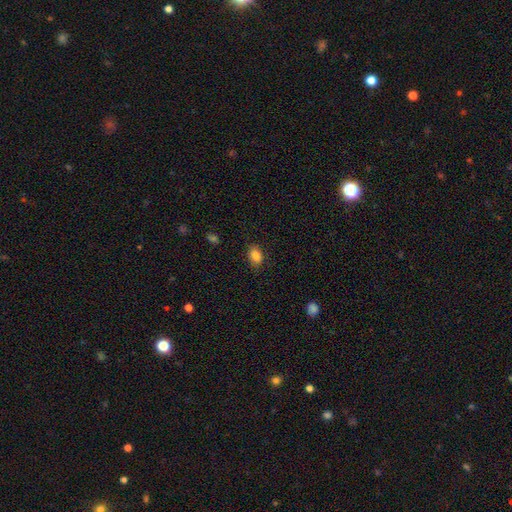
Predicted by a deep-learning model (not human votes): A smooth galaxy with no disk features (85%) that is in between round and cigar-shaped (73%). Merging: none (83%).